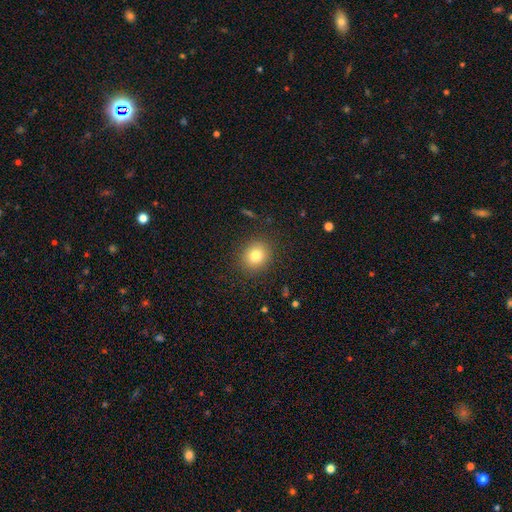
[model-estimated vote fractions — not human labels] Morphology: type=smooth (80%); roundness=round (79%); merging=none (88%).